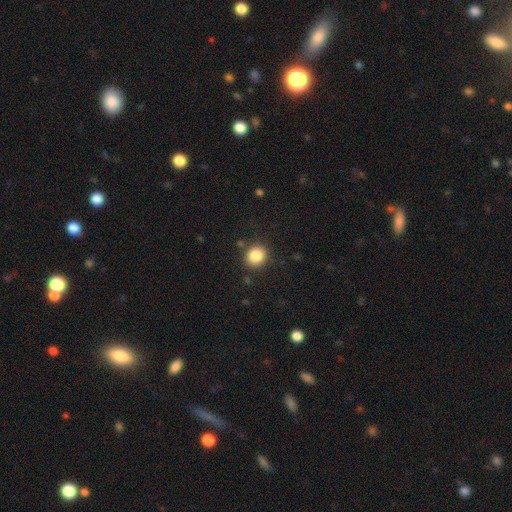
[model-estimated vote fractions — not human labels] smooth 85%, star or artifact 10%, featured or disk 5%. Down the decision tree: how rounded — round (79%); merging — none (86%).